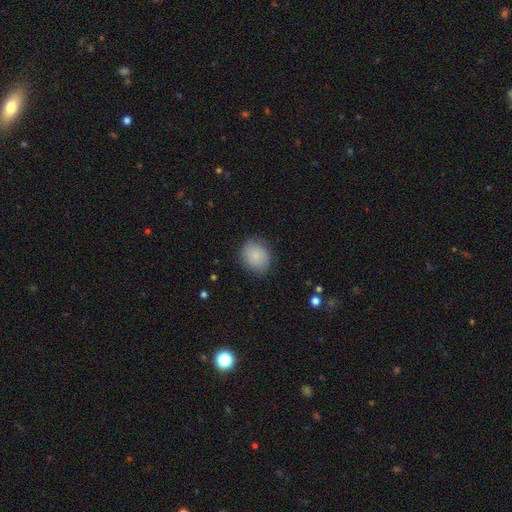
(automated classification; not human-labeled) The model was most divided on "how rounded": round: 66%, in between: 33%, cigar-shaped: 1%. More confident: smooth or featured — smooth (83%); merging — none (82%).